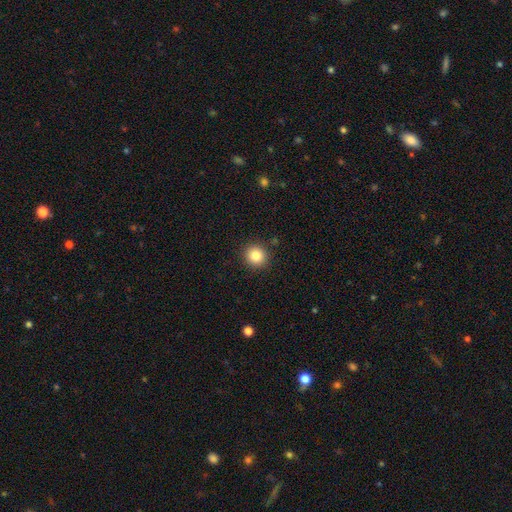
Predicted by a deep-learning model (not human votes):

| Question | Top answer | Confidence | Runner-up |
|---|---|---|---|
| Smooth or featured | smooth | 85% | star or artifact (10%) |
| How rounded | round | 90% | in between (9%) |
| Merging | none | 90% | minor disturbance (6%) |